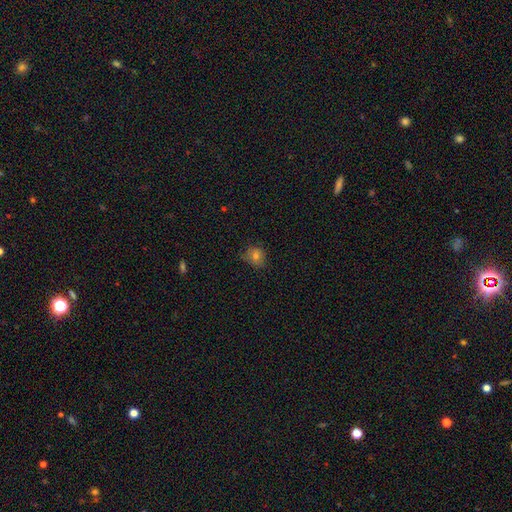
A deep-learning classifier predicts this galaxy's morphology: Q: Smooth or featured?
A: smooth (75%); runner-up: star or artifact (15%)
Q: How rounded?
A: round (78%); runner-up: in between (21%)
Q: Merging?
A: none (71%); runner-up: minor disturbance (23%)